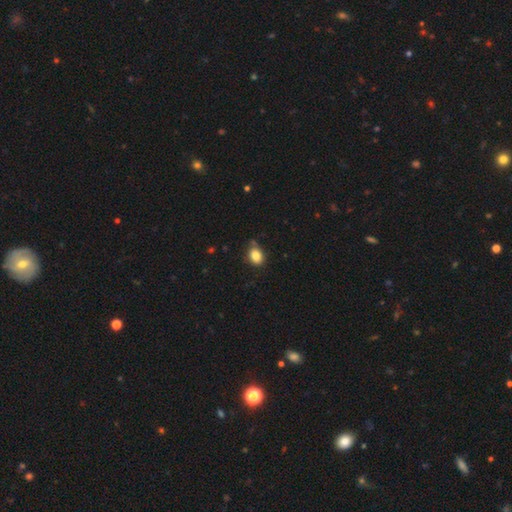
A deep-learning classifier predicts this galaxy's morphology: type=smooth (85%); roundness=in between (61%); merging=none (72%).